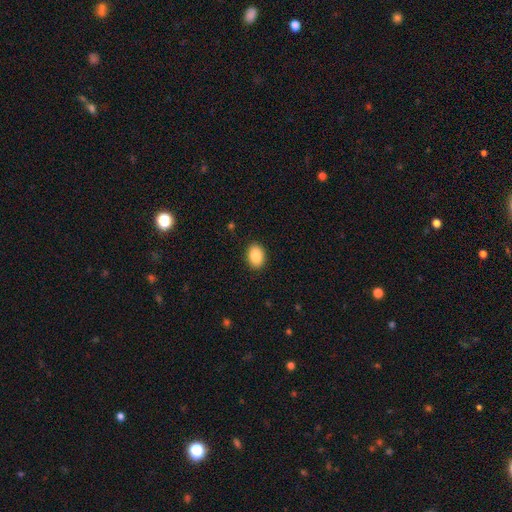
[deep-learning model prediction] This is clearly a smooth galaxy (89%). How rounded: clearly in between (82%). Merging: clearly none (90%).